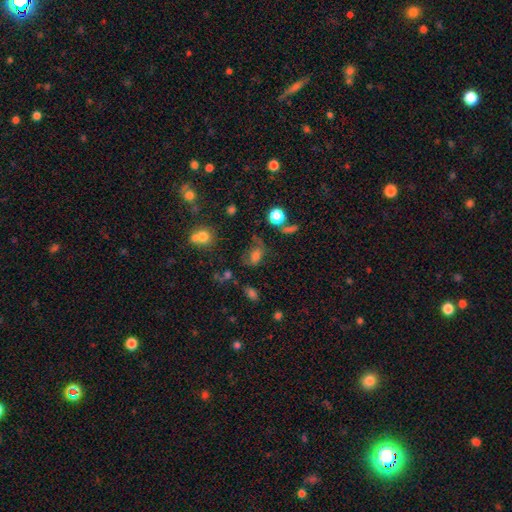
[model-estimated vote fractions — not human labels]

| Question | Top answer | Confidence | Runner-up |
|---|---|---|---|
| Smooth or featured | smooth | 61% | featured or disk (20%) |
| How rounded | in between | 70% | round (26%) |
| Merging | none | 42% | minor disturbance (25%) |